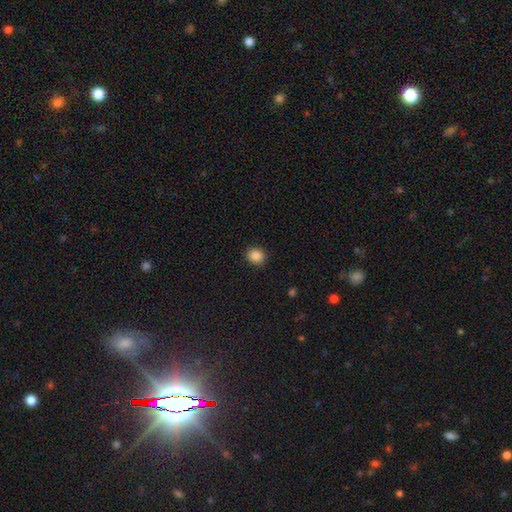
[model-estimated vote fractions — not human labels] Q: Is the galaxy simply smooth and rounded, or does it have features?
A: smooth — 86%.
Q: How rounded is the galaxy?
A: round — 75%.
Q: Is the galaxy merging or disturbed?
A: none — 90%.